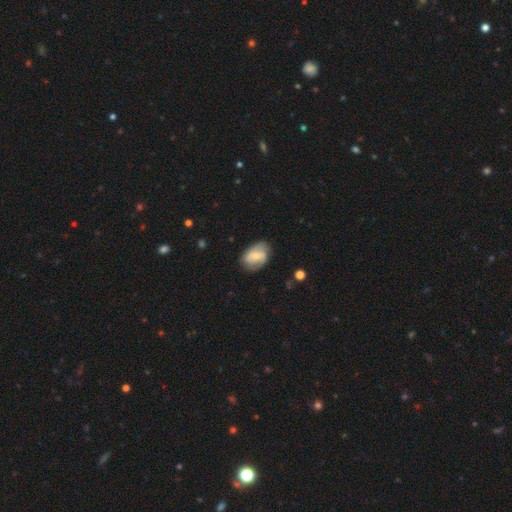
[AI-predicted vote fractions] smooth-or-featured: smooth: 48% | featured or disk: 45% | star or artifact: 7%
  merging: none: 69% | minor disturbance: 23% | major disturbance: 6% | merger: 2%